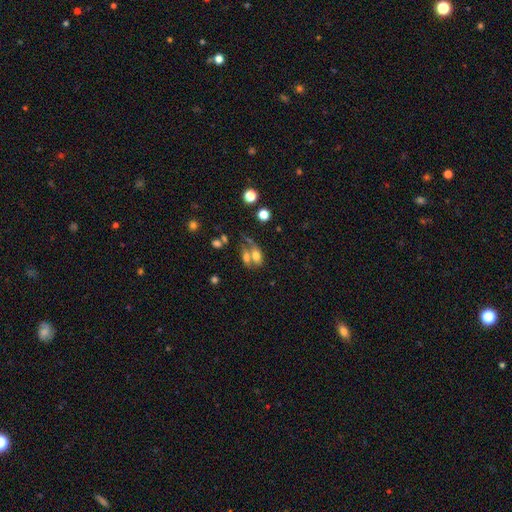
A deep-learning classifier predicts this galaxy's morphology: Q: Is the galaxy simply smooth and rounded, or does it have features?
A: smooth — 60%.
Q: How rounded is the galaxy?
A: in between — 77%.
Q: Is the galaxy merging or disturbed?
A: merger — 58%.